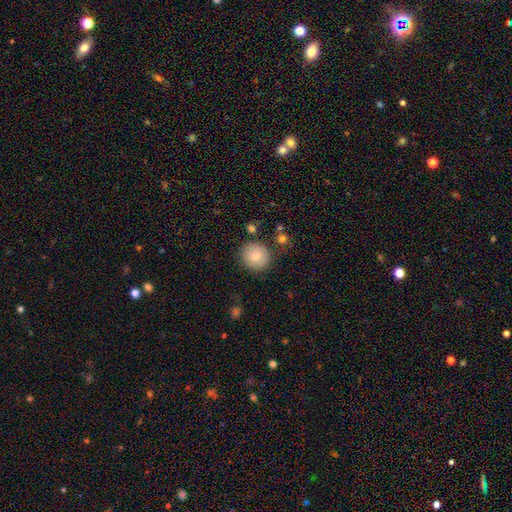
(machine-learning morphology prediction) A smooth galaxy with no disk features (78%) that is round (92%).

Vote fractions:
- Smooth or featured? smooth: 78% / featured or disk: 13% / star or artifact: 9%
- How rounded? round: 92% / in between: 7% / cigar-shaped: 1%
- Merging? none: 86% / minor disturbance: 9% / merger: 3% / major disturbance: 2%